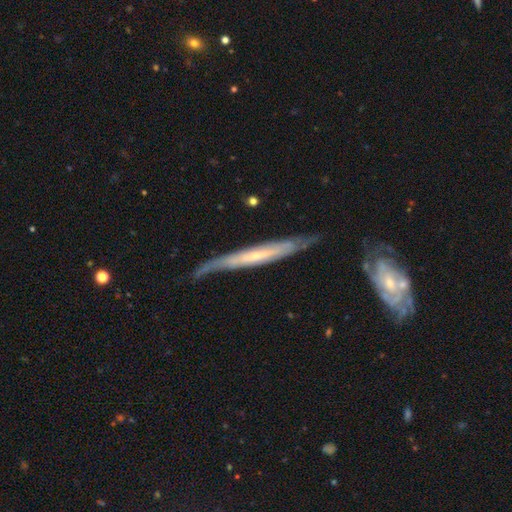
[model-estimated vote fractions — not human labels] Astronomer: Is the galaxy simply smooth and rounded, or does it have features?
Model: featured or disk — 71%.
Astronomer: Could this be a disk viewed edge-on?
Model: yes — 76%.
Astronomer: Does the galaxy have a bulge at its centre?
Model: none — 62%.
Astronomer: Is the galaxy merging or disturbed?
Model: none — 66%.